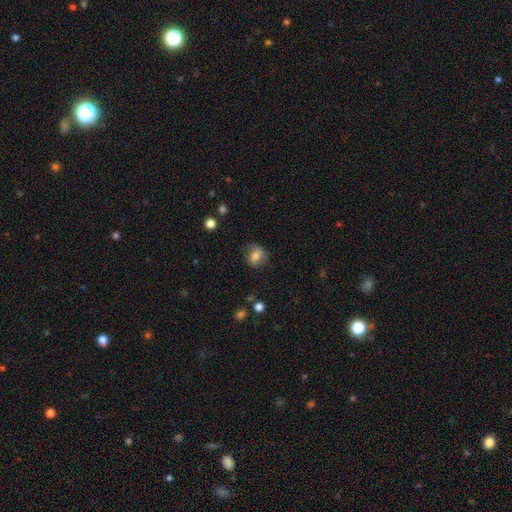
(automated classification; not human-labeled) A smooth galaxy with no disk features (72%) that is round (52%).

Vote fractions:
- Smooth or featured? smooth: 72% / featured or disk: 18% / star or artifact: 10%
- How rounded? round: 52% / in between: 47% / cigar-shaped: 1%
- Merging? none: 63% / minor disturbance: 25% / major disturbance: 11% / merger: 2%